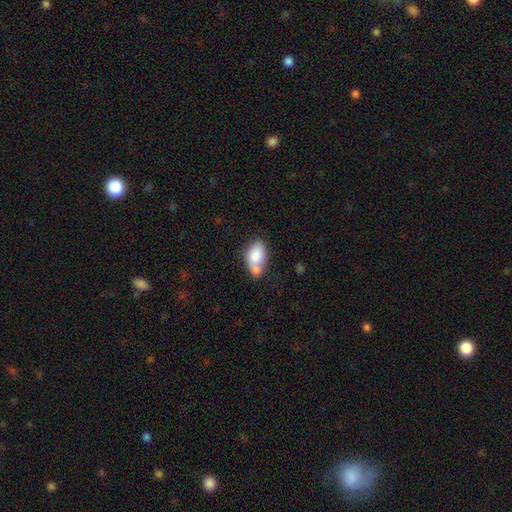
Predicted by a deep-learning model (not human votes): Morphology: type=smooth (80%); roundness=in between (89%); merging=merger (41%).